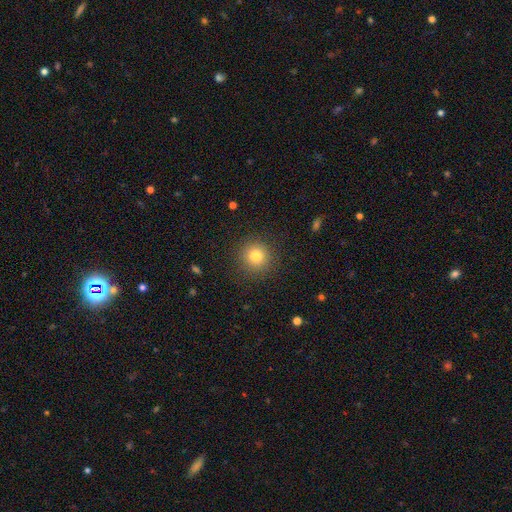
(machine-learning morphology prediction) Overall: smooth (80%). How rounded: round (94%). Merging: none (88%).